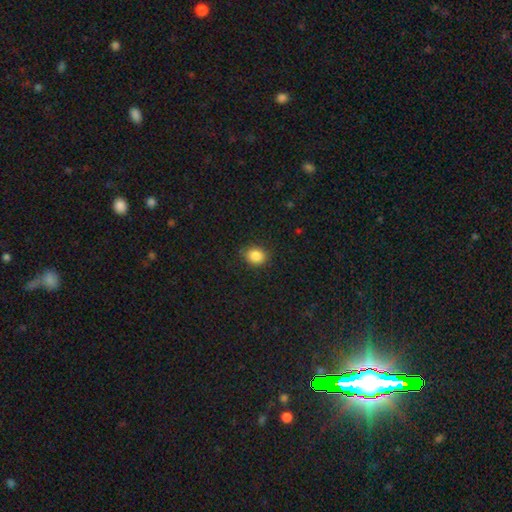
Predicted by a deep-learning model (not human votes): smooth 86%, star or artifact 10%, featured or disk 4%. Down the decision tree: how rounded — round (62%); merging — none (85%).